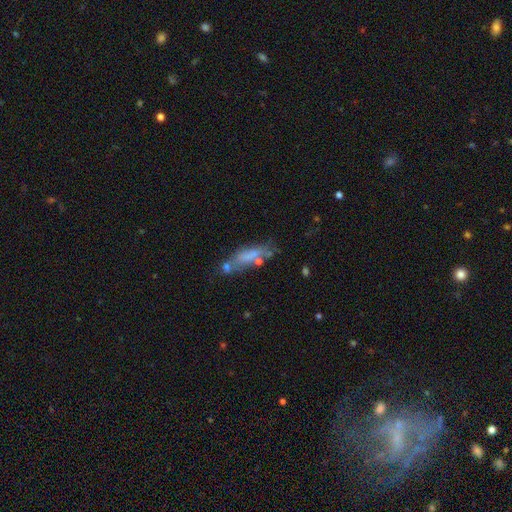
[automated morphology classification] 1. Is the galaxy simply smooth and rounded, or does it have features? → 54% smooth, 34% featured or disk, 11% star or artifact.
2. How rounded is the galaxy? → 54% cigar-shaped, 43% in between, 3% round.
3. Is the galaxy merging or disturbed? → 46% none, 22% minor disturbance, 19% merger, 13% major disturbance.